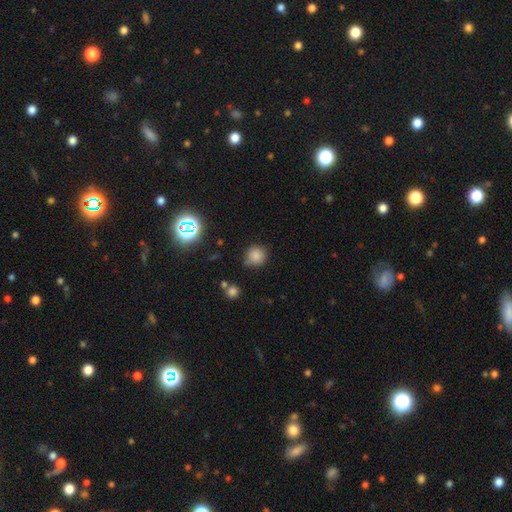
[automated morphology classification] Overall: smooth (81%). How rounded: round (91%). Merging: none (79%).